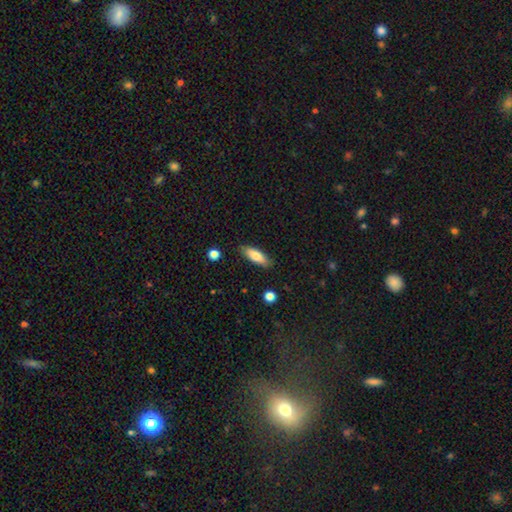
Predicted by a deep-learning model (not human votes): A smooth galaxy with no disk features (77%) that is in between round and cigar-shaped (61%).

Vote fractions:
- Smooth or featured? smooth: 77% / featured or disk: 16% / star or artifact: 7%
- How rounded? in between: 61% / cigar-shaped: 37% / round: 2%
- Merging? none: 85% / minor disturbance: 12% / major disturbance: 2% / merger: 1%